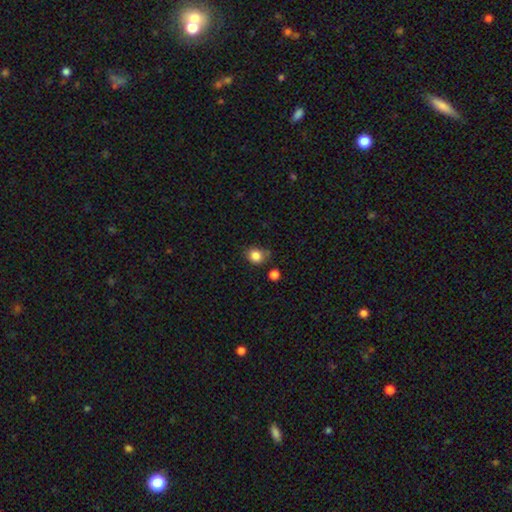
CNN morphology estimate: This is clearly a smooth galaxy (85%). How rounded: likely round (72%). Merging: likely none (71%).